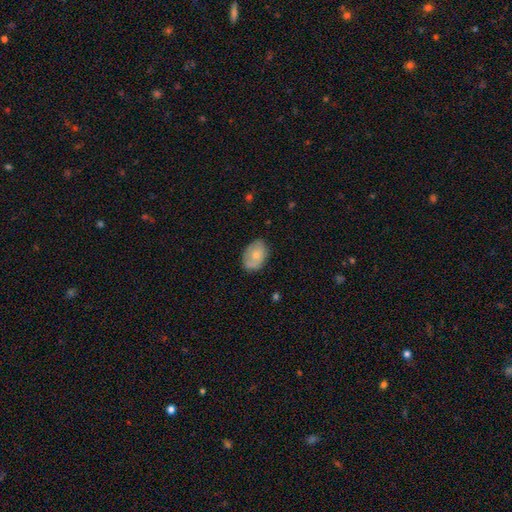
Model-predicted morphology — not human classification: smooth-or-featured: smooth: 68% | featured or disk: 26% | star or artifact: 7%
  how-rounded: in between: 82% | round: 17% | cigar-shaped: 1%
  merging: none: 70% | minor disturbance: 23% | major disturbance: 5% | merger: 2%